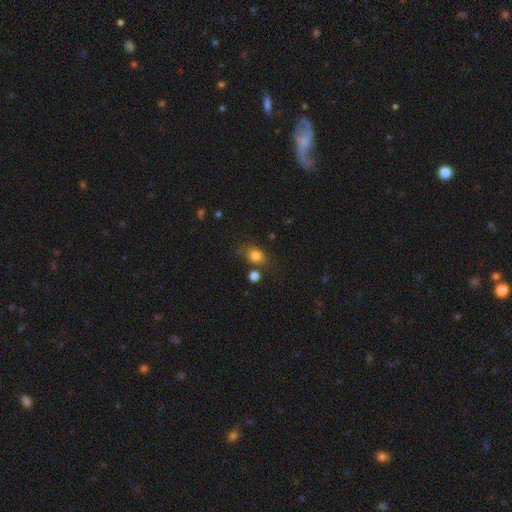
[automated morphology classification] A smooth galaxy with no disk features (80%) that is round (53%). Merging: none (61%).